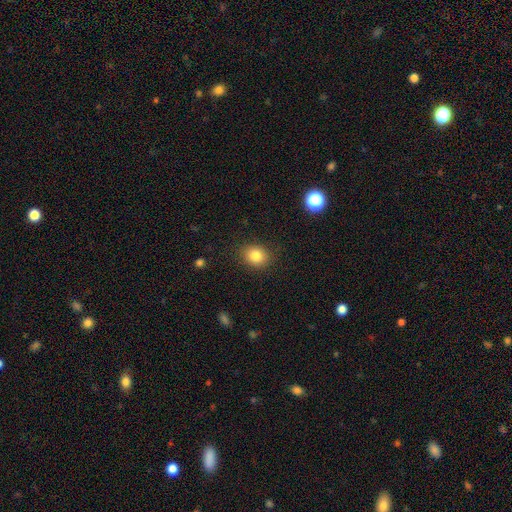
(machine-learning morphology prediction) Smooth or featured? Predicted: smooth (p=0.83). How rounded? Predicted: round (p=0.64). Merging? Predicted: none (p=0.88).